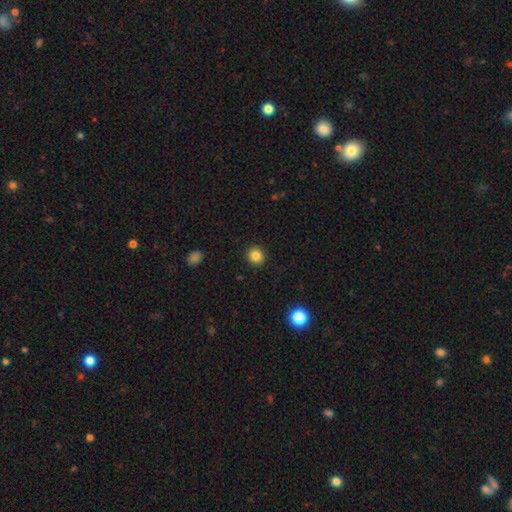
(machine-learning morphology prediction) Smooth or featured?
  - smooth: 83% *
  - star or artifact: 11%
  - featured or disk: 5%
How rounded?
  - round: 89% *
  - in between: 10%
  - cigar-shaped: 1%
Merging?
  - none: 92% *
  - minor disturbance: 5%
  - major disturbance: 2%
  - merger: 1%